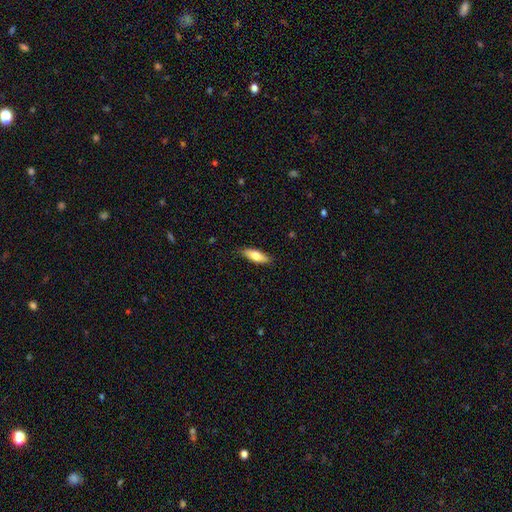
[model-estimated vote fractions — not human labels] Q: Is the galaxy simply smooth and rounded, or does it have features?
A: smooth — 72%.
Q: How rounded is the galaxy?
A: in between — 58%.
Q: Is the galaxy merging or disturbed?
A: none — 85%.